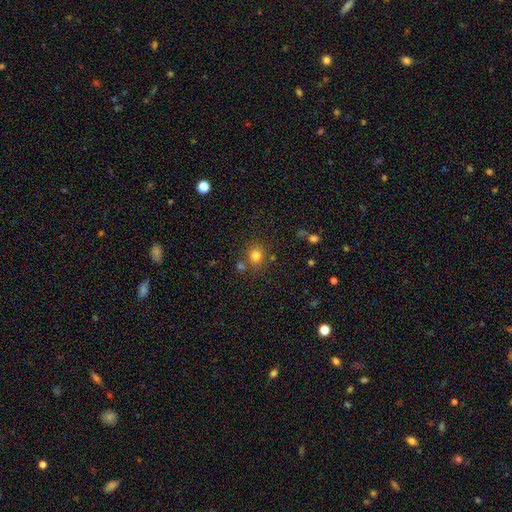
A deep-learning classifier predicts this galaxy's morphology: type=smooth (79%); roundness=round (83%); merging=none (74%).